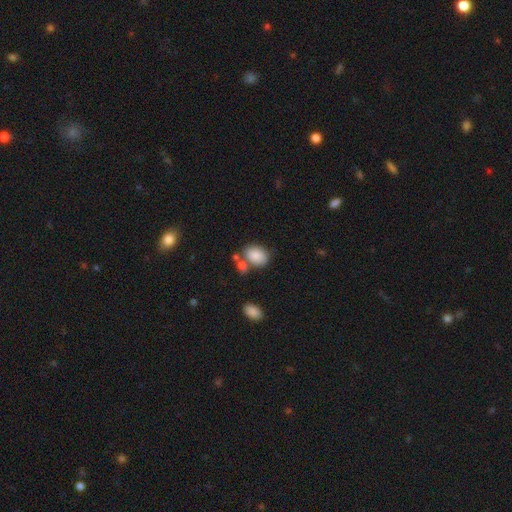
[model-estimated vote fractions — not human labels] Morphology: type=smooth (86%); roundness=in between (70%); merging=none (61%).